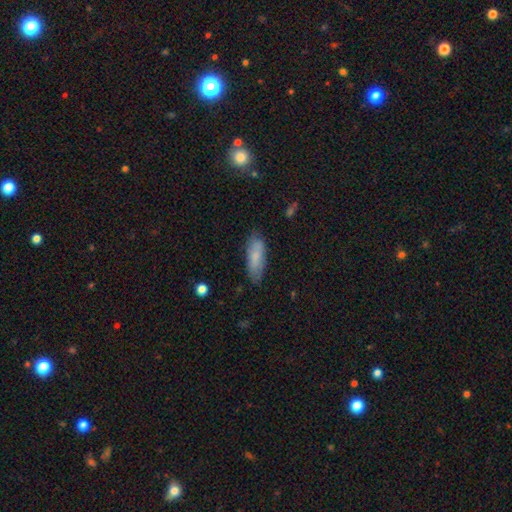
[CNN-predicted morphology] Smooth or featured? smooth (78%)
How rounded? in between (64%)
Merging? none (76%)